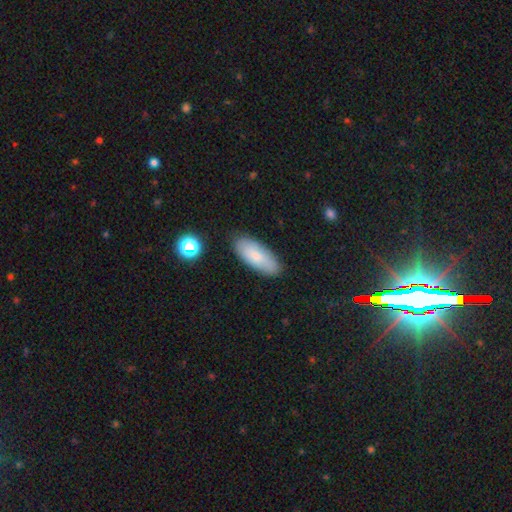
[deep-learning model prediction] smooth_or_featured: smooth (p=0.77) [alt: featured or disk p=0.16]
how_rounded: in between (p=0.79) [alt: cigar-shaped p=0.18]
merging: none (p=0.86) [alt: minor disturbance p=0.11]